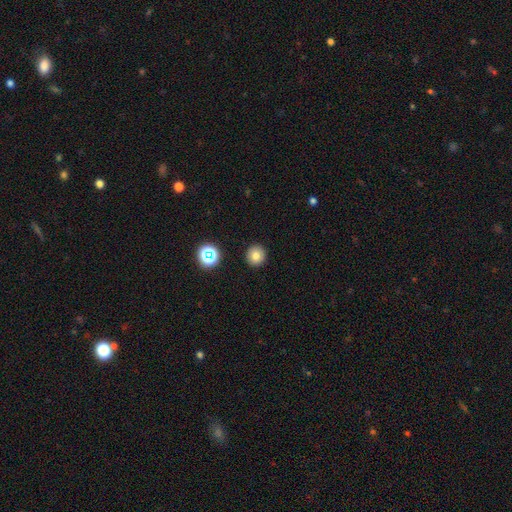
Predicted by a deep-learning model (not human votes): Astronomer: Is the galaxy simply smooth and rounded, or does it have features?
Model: smooth — 78%.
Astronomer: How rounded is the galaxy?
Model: round — 93%.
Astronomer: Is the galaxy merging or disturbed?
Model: none — 92%.